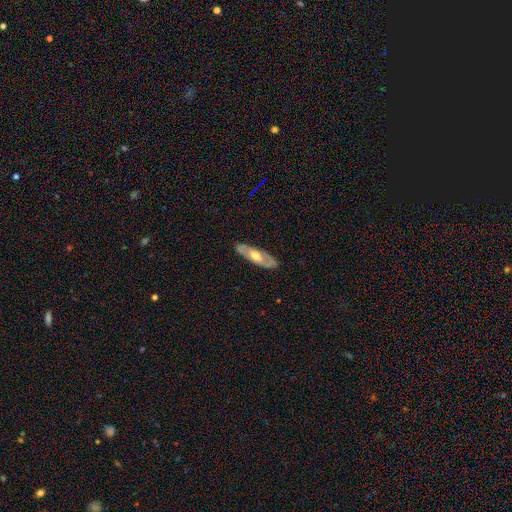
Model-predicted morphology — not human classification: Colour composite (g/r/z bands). It shows a featured or disk galaxy (64%). Merging: none (86%).